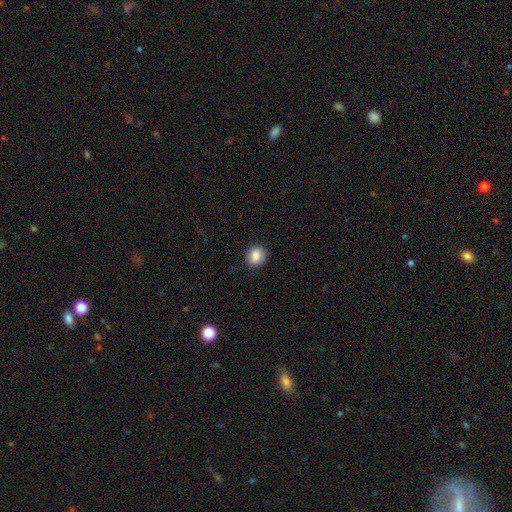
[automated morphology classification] Smooth or featured: smooth — 83% (featured or disk — 9%)
How rounded: round — 77% (in between — 22%)
Merging: none — 84% (minor disturbance — 12%)